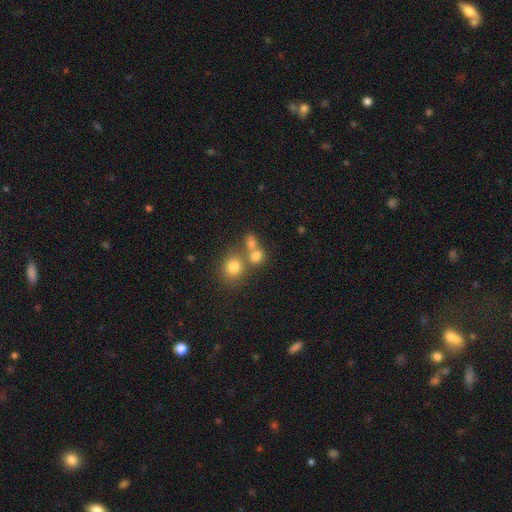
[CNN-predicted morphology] smooth-or-featured: smooth: 74% | star or artifact: 15% | featured or disk: 11%
  how-rounded: round: 76% | in between: 23% | cigar-shaped: 1%
  merging: none: 45% | merger: 43% | minor disturbance: 8% | major disturbance: 4%